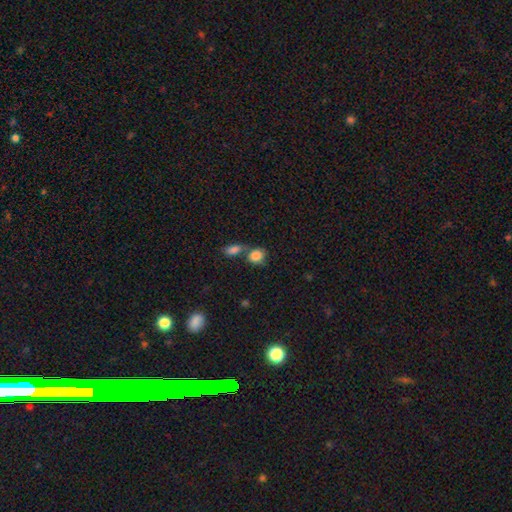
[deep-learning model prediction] Smooth or featured? smooth (85%)
How rounded? round (52%)
Merging? merger (44%)